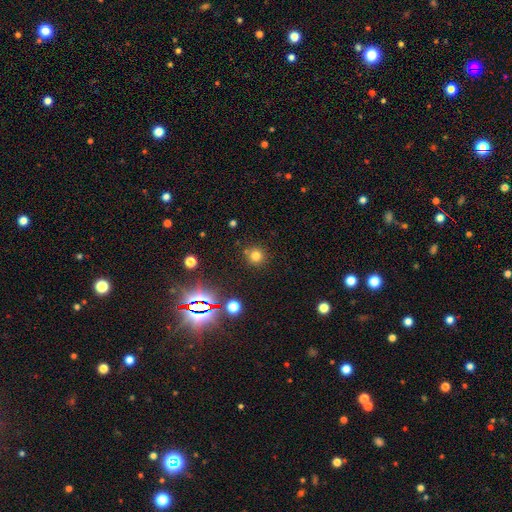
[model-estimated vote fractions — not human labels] Overall: smooth (73%). How rounded: round (93%). Merging: none (81%).